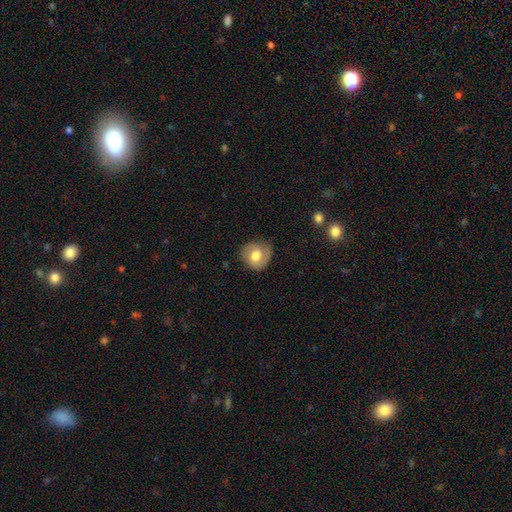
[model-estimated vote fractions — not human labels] A smooth galaxy with no disk features (60%) that is round (79%). Merging: none (73%).